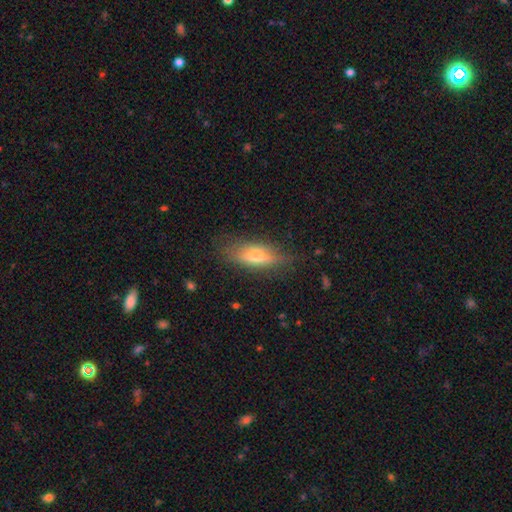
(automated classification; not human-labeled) A smooth galaxy with no disk features (54%) that is in between round and cigar-shaped (54%). Merging: none (74%).